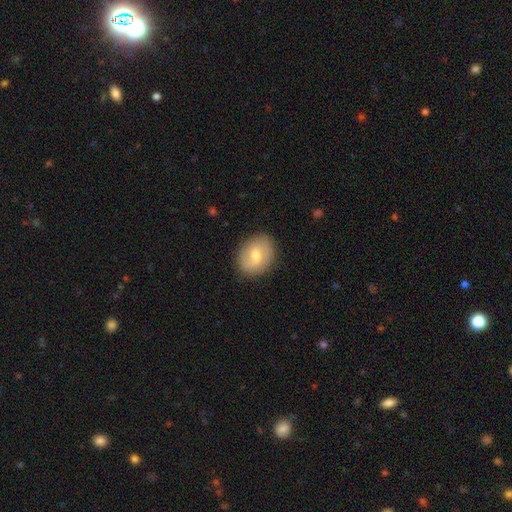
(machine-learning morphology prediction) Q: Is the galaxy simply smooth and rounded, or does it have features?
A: smooth — 60%.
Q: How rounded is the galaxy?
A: in between — 53%.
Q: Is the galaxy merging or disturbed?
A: none — 85%.